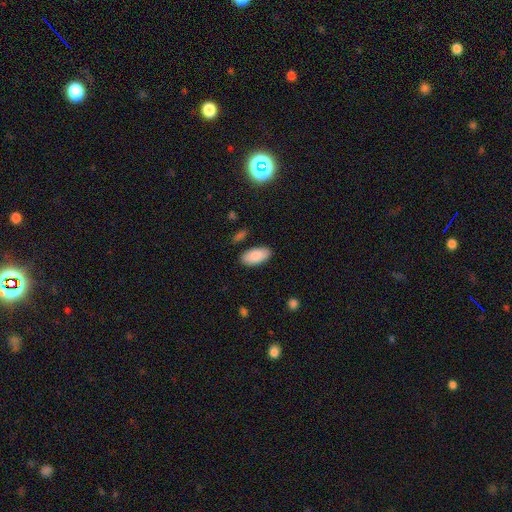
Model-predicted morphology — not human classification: A smooth galaxy with no disk features (89%) that is in between round and cigar-shaped (94%). Merging: none (87%).